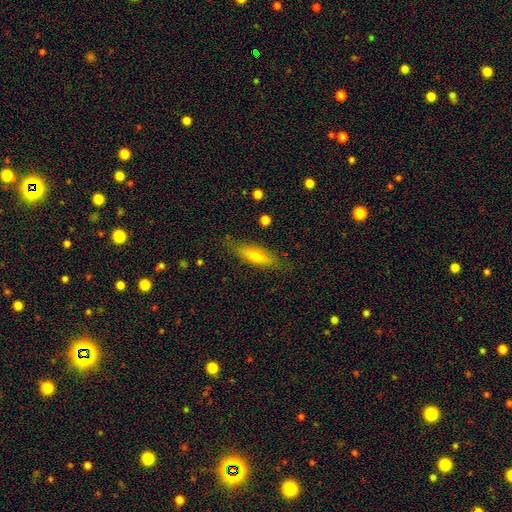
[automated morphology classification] Smooth or featured? Predicted: smooth (p=0.63). How rounded? Predicted: cigar-shaped (p=0.61). Merging? Predicted: none (p=0.80).